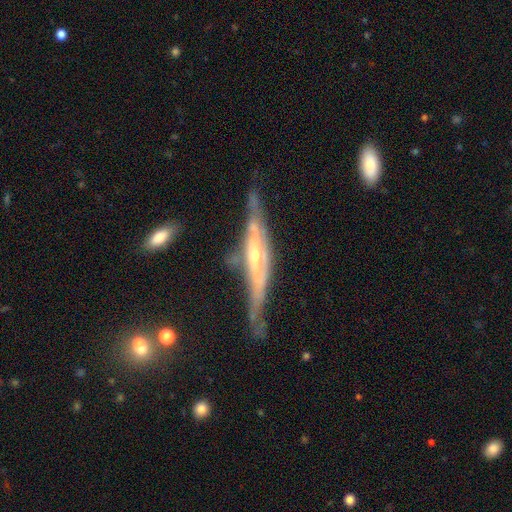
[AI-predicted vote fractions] A featured or disk galaxy (82%) viewed edge-on (85%) with a rounded central bulge (63%).

Vote fractions:
- Smooth or featured? featured or disk: 82% / smooth: 12% / star or artifact: 6%
- Edge-on disk? yes: 85% / no: 15%
- Edge-on bulge? rounded: 63% / boxy: 20% / none: 17%
- Merging? none: 58% / minor disturbance: 27% / major disturbance: 12% / merger: 4%